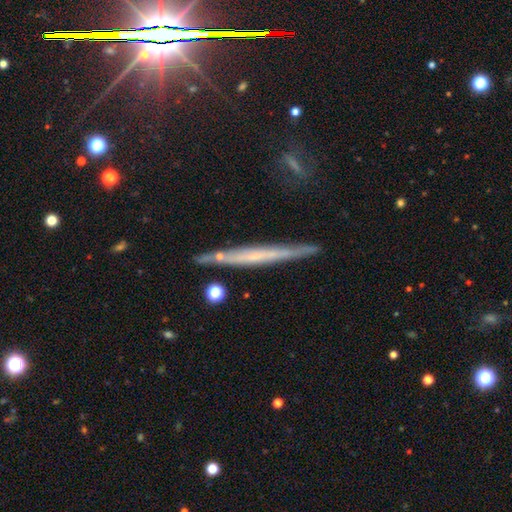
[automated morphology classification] Smooth or featured? Predicted: featured or disk (p=0.60). Edge-on disk? Predicted: yes (p=0.94). Edge-on bulge? Predicted: none (p=0.76). Merging? Predicted: none (p=0.82).